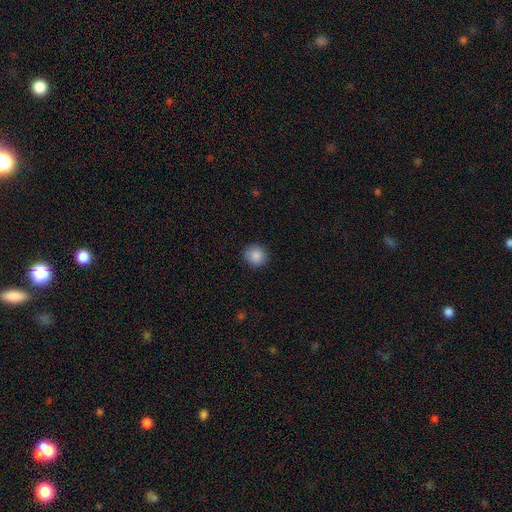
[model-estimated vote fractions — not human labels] Smooth or featured? smooth (88%)
How rounded? round (91%)
Merging? none (90%)